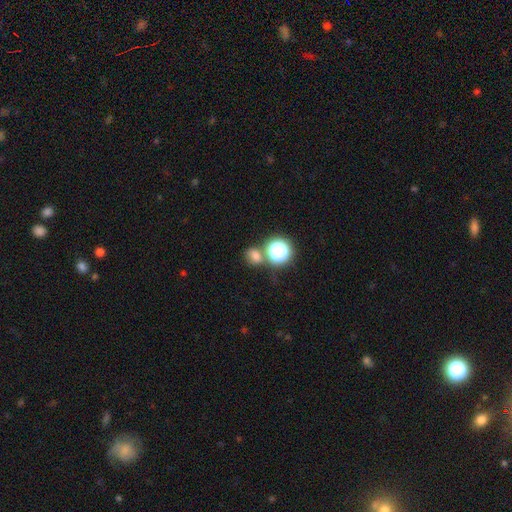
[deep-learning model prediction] This appears to be a smooth galaxy with no disk features (68%) that is round (64%). Merging: none (62%).